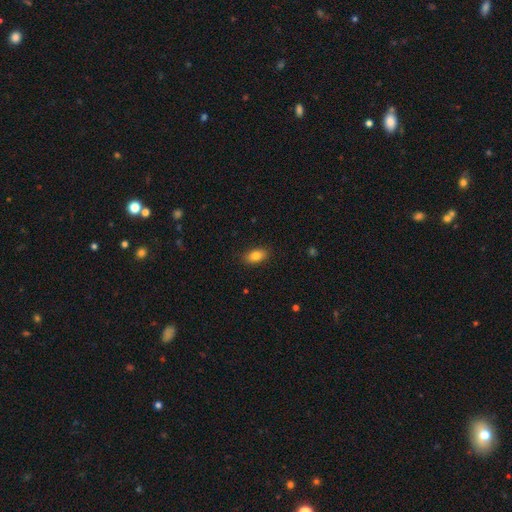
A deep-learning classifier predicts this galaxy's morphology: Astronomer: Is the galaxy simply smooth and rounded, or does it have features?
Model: smooth — 82%.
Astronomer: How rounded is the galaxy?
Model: in between — 88%.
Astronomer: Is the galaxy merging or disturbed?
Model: none — 88%.